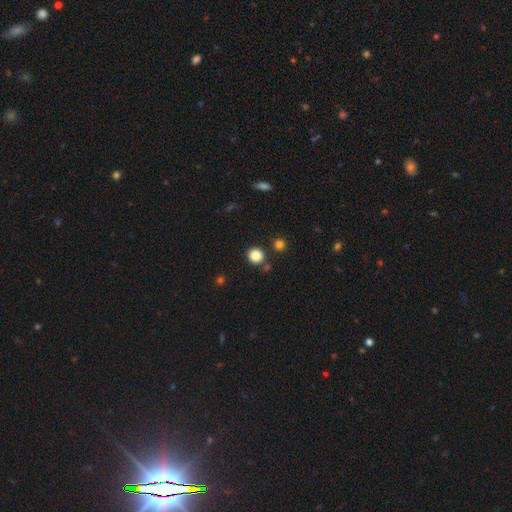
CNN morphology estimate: smooth_or_featured: smooth (p=0.85) [alt: star or artifact p=0.11]
how_rounded: round (p=0.88) [alt: in between p=0.11]
merging: none (p=0.86) [alt: minor disturbance p=0.07]